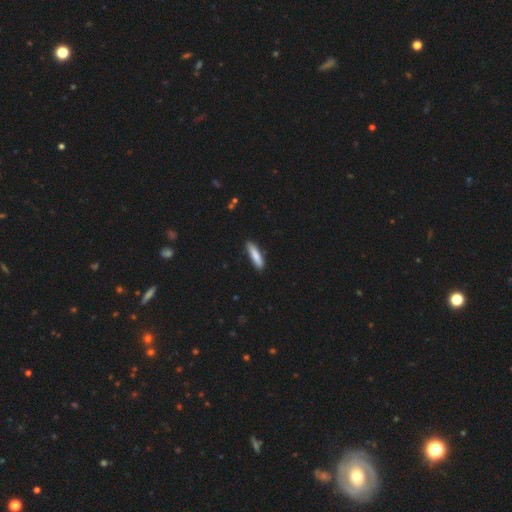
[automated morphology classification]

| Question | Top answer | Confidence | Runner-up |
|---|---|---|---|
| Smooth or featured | smooth | 82% | featured or disk (13%) |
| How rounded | cigar-shaped | 80% | in between (19%) |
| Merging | none | 85% | minor disturbance (12%) |